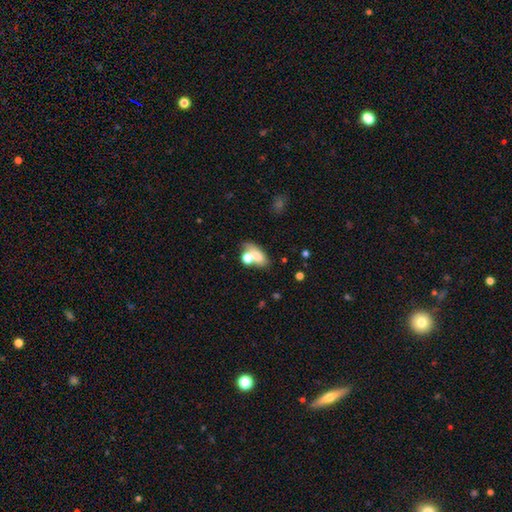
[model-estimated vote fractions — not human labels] Morphology: type=smooth (70%); roundness=in between (81%); merging=none (39%).